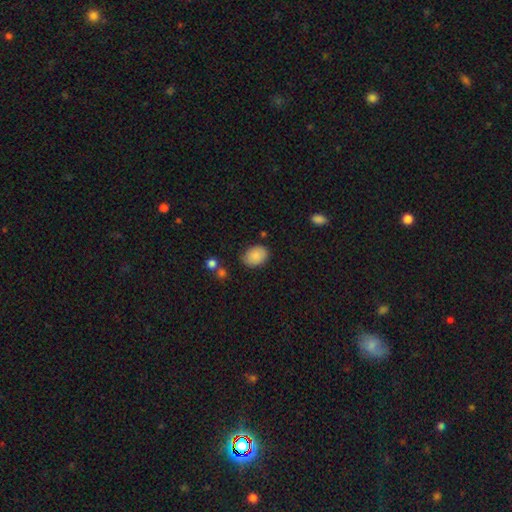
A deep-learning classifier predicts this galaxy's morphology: type=smooth (86%); roundness=in between (75%); merging=none (80%).